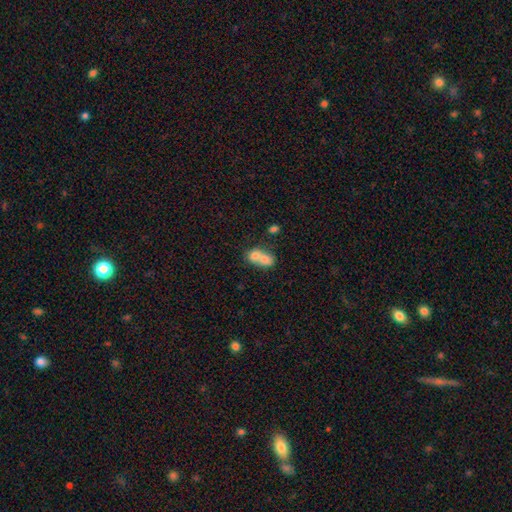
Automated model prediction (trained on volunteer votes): This is likely a smooth galaxy (70%). How rounded: possibly in between (51%). Merging: likely merger (76%).